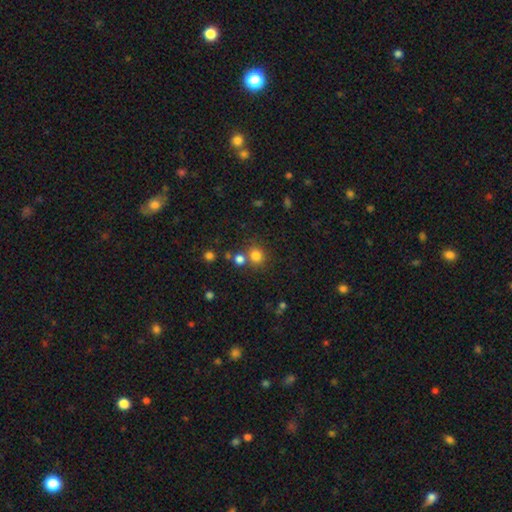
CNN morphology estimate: Smooth or featured?
  - smooth: 79% *
  - star or artifact: 15%
  - featured or disk: 6%
How rounded?
  - round: 84% *
  - in between: 15%
  - cigar-shaped: 1%
Merging?
  - none: 69% *
  - merger: 19%
  - minor disturbance: 9%
  - major disturbance: 3%